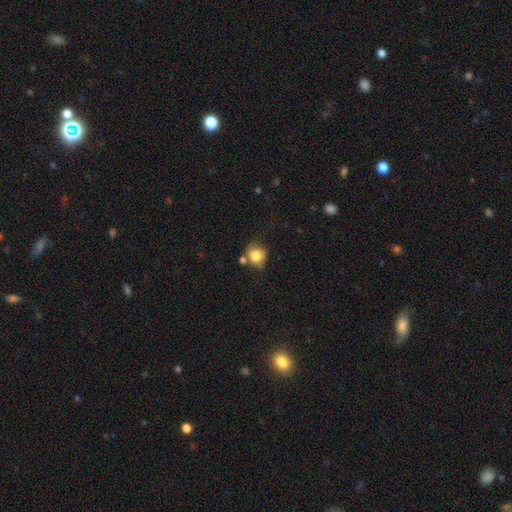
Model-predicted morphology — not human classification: Smooth or featured?
  - smooth: 81% *
  - featured or disk: 10%
  - star or artifact: 9%
How rounded?
  - round: 72% *
  - in between: 27%
  - cigar-shaped: 1%
Merging?
  - none: 50% *
  - minor disturbance: 26%
  - merger: 15%
  - major disturbance: 9%